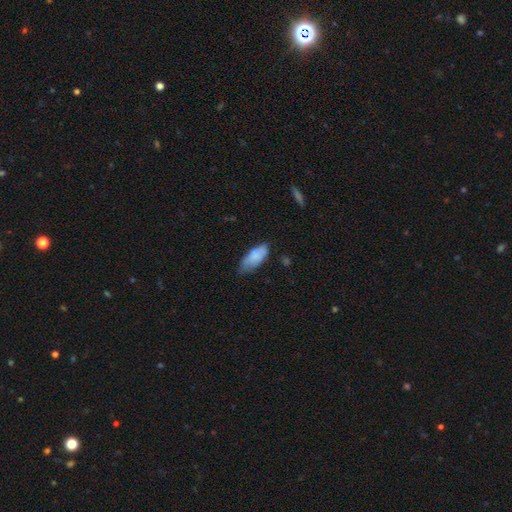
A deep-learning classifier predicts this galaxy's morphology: smooth 79%, featured or disk 14%, star or artifact 7%. Down the decision tree: how rounded — in between (84%); merging — none (57%).